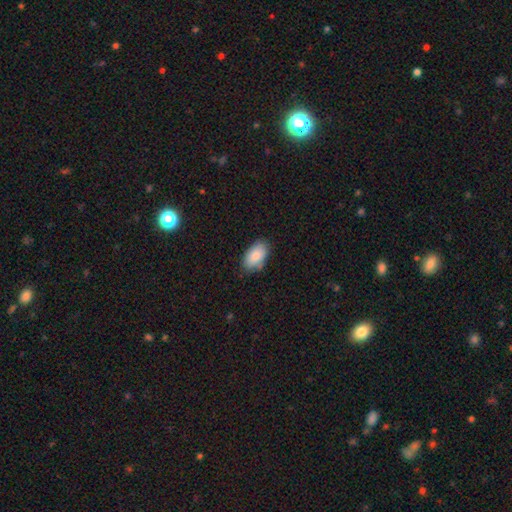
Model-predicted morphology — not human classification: Smooth or featured?
  - smooth: 86% *
  - featured or disk: 8%
  - star or artifact: 7%
How rounded?
  - in between: 94% *
  - round: 5%
  - cigar-shaped: 2%
Merging?
  - none: 80% *
  - minor disturbance: 15%
  - major disturbance: 3%
  - merger: 2%